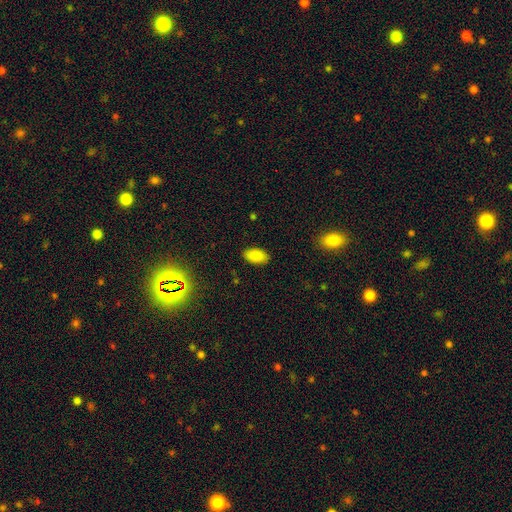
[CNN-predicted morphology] smooth_or_featured: smooth (p=0.87) [alt: star or artifact p=0.08]
how_rounded: in between (p=0.94) [alt: round p=0.04]
merging: none (p=0.87) [alt: minor disturbance p=0.10]